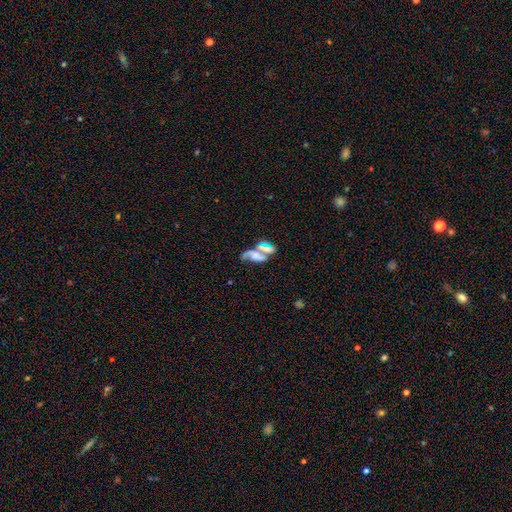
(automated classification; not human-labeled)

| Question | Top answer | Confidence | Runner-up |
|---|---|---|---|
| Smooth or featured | featured or disk | 45% | smooth (40%) |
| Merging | merger | 59% | none (18%) |